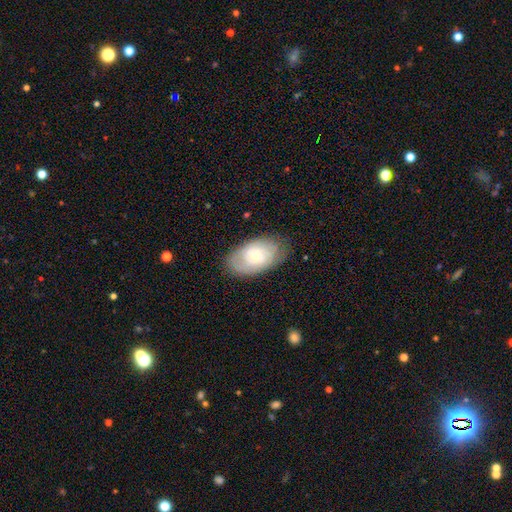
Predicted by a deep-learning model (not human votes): A featured or disk galaxy (50%). Merging: none (77%).